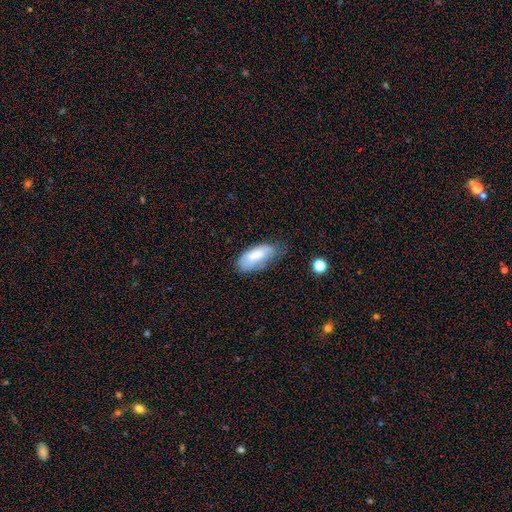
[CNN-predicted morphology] Smooth or featured? Predicted: smooth (p=0.75). How rounded? Predicted: in between (p=0.87). Merging? Predicted: none (p=0.45).